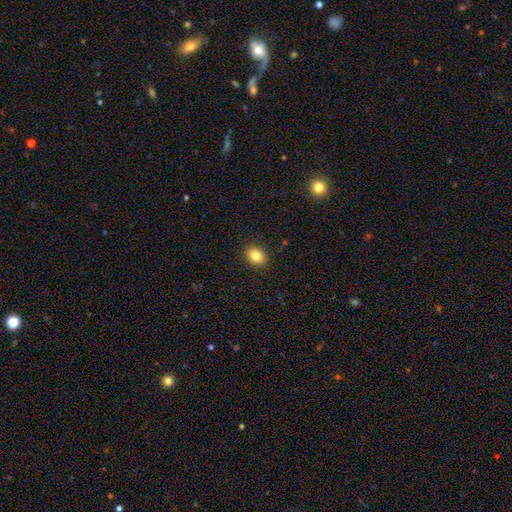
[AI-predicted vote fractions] Smooth or featured? Predicted: smooth (p=0.84). How rounded? Predicted: in between (p=0.53). Merging? Predicted: none (p=0.90).